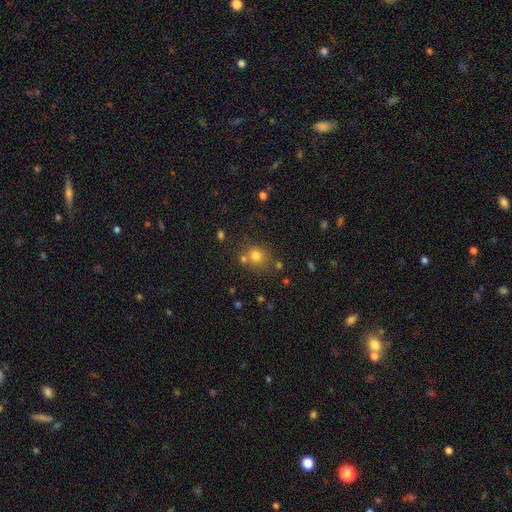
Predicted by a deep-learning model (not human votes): Morphology: type=smooth (75%); roundness=round (83%); merging=none (68%).